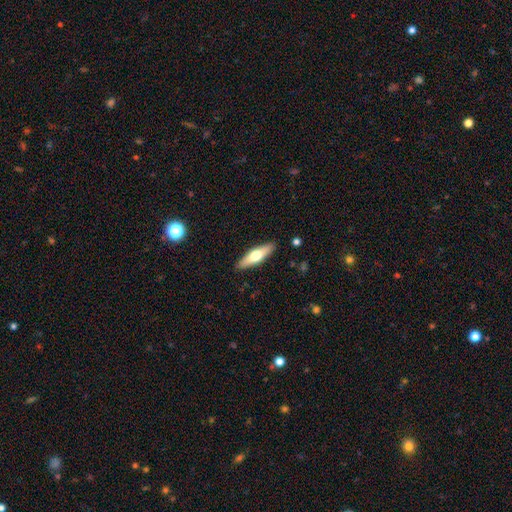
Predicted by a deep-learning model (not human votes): Smooth or featured? Predicted: smooth (p=0.55). How rounded? Predicted: cigar-shaped (p=0.61). Merging? Predicted: none (p=0.89).